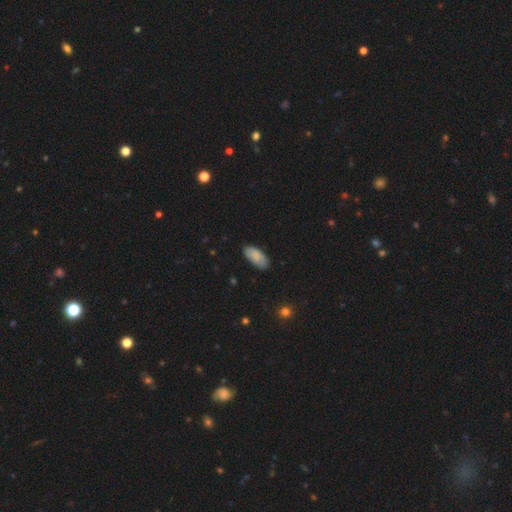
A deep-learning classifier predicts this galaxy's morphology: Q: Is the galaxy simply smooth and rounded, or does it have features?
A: smooth — 83%.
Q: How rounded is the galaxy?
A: in between — 91%.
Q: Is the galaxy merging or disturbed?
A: none — 77%.